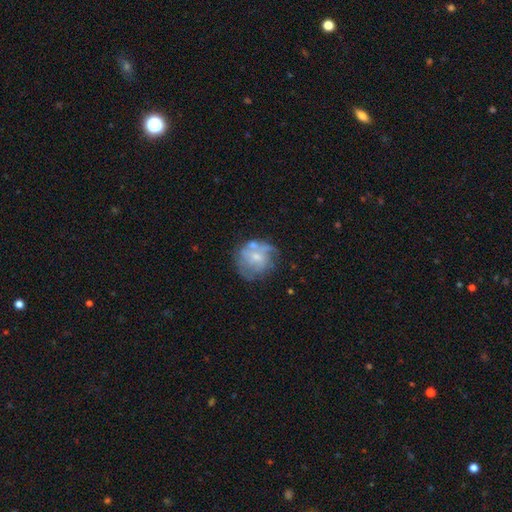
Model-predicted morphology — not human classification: A featured or disk galaxy (59%) with no bar (71%), spiral arms (60%) and a small central bulge (54%). Merging: none (49%).